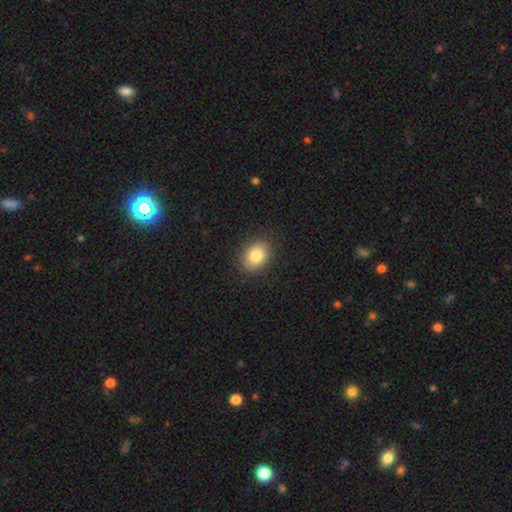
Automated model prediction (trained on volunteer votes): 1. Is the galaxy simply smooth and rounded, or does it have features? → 84% smooth, 8% star or artifact, 8% featured or disk.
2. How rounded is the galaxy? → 62% in between, 37% round, 1% cigar-shaped.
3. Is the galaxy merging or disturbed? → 88% none, 9% minor disturbance, 2% major disturbance, 1% merger.